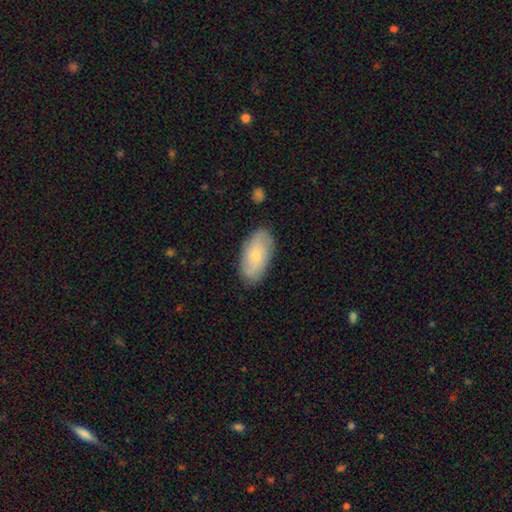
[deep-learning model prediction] smooth-or-featured: smooth: 52% | featured or disk: 42% | star or artifact: 6%
  how-rounded: in between: 93% | cigar-shaped: 4% | round: 4%
  merging: none: 82% | minor disturbance: 14% | major disturbance: 3% | merger: 1%